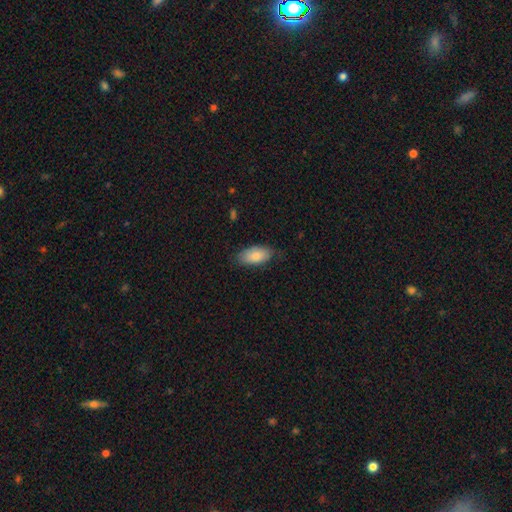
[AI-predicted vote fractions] Morphology: type=smooth (83%); roundness=in between (91%); merging=none (77%).